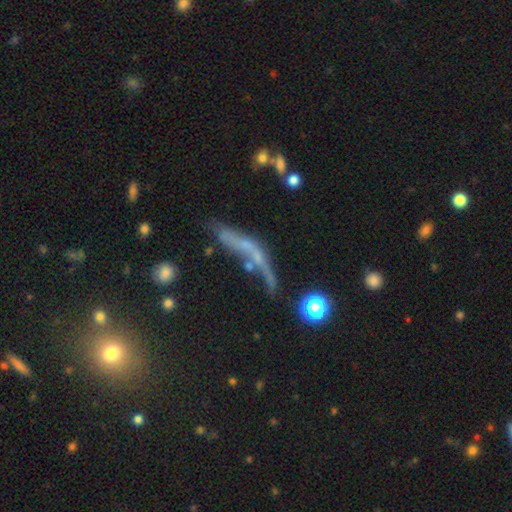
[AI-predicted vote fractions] Smooth or featured? featured or disk (46%)
Merging? none (34%)